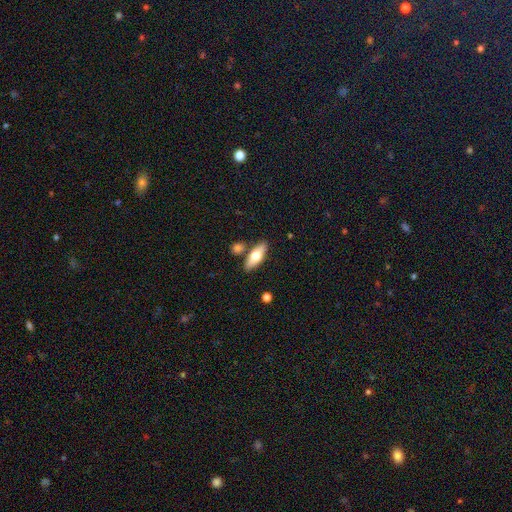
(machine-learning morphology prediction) Overall: smooth (64%; featured or disk 30%). How rounded: in between (69%). Merging: none (79%).